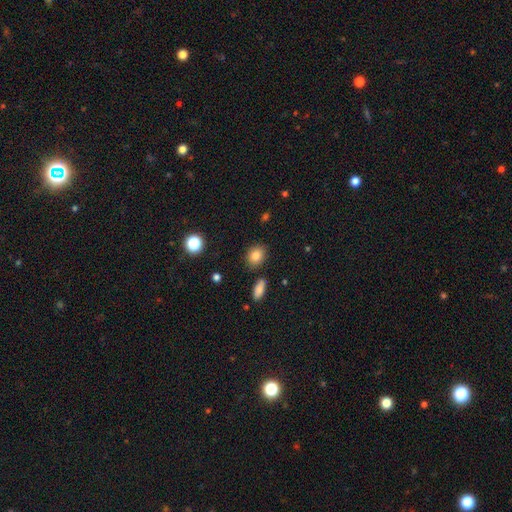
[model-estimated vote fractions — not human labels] smooth_or_featured: smooth (p=0.82) [alt: star or artifact p=0.10]
how_rounded: round (p=0.56) [alt: in between p=0.43]
merging: none (p=0.84) [alt: minor disturbance p=0.10]